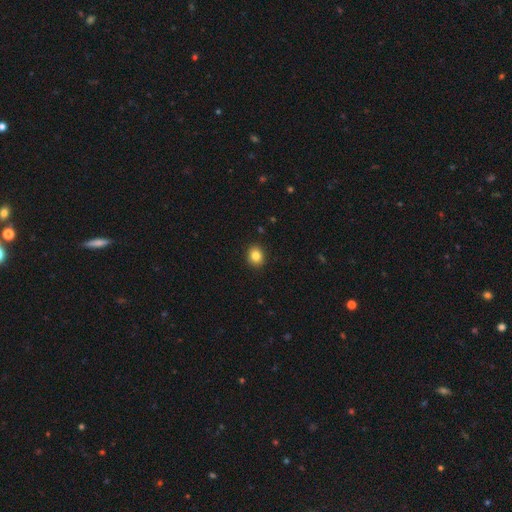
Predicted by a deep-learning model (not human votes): Smooth or featured?
  - smooth: 84% *
  - star or artifact: 10%
  - featured or disk: 6%
How rounded?
  - round: 68% *
  - in between: 31%
  - cigar-shaped: 1%
Merging?
  - none: 91% *
  - minor disturbance: 6%
  - major disturbance: 2%
  - merger: 1%